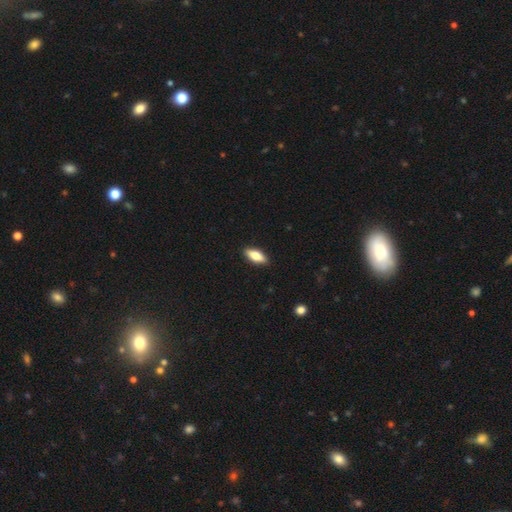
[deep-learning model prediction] Smooth or featured? Predicted: smooth (p=0.73). How rounded? Predicted: in between (p=0.76). Merging? Predicted: none (p=0.90).